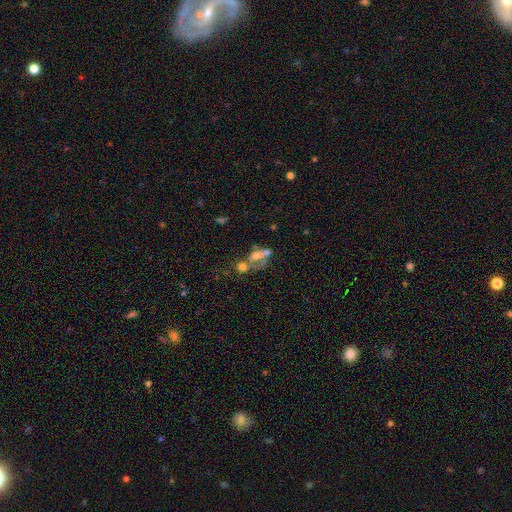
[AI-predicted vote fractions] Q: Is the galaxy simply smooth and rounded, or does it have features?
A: featured or disk — 41%, tied with smooth.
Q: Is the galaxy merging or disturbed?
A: merger — 51%.